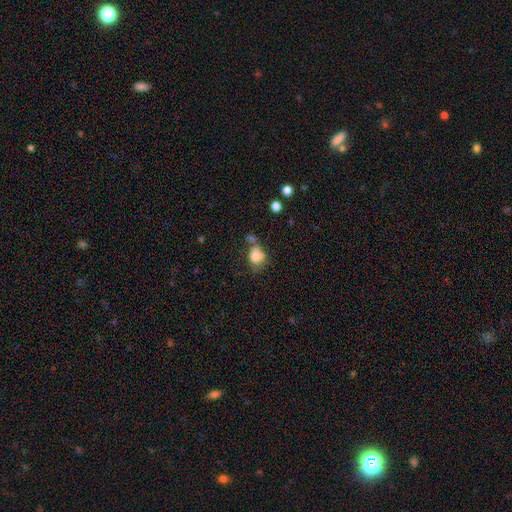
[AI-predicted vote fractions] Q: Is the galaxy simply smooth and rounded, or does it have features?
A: smooth — 77%.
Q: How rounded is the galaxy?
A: in between — 57%.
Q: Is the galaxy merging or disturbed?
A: none — 35%.